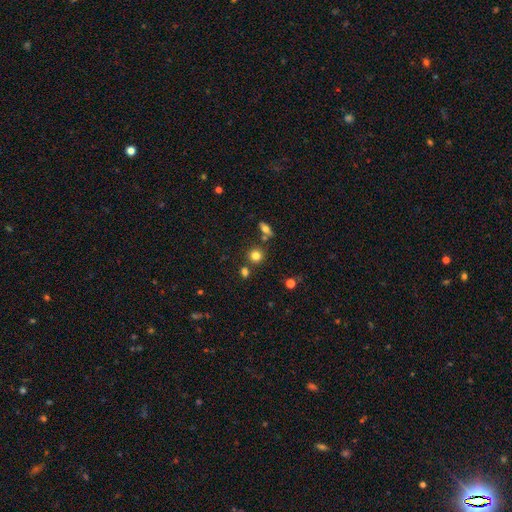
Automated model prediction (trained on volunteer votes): A smooth galaxy with no disk features (79%) that is round (86%).

Vote fractions:
- Smooth or featured? smooth: 79% / star or artifact: 13% / featured or disk: 8%
- How rounded? round: 86% / in between: 13% / cigar-shaped: 2%
- Merging? none: 75% / merger: 13% / minor disturbance: 9% / major disturbance: 3%